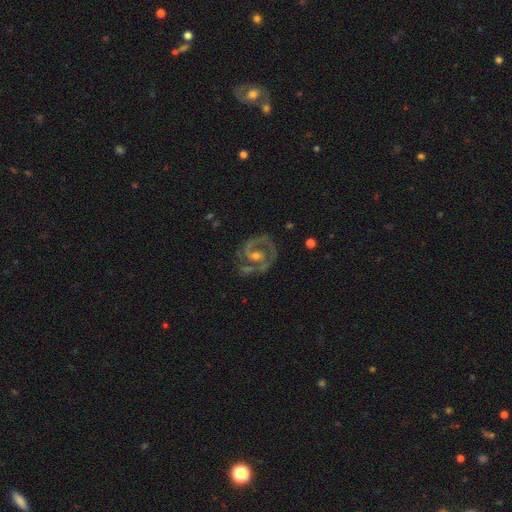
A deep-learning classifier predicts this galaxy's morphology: Overall: featured or disk (87%). Edge-on disk: no (98%). Bar: no (44%; weak 40%). Spiral arms: yes (90%). Spiral arm count: 2 (75%). Spiral winding: medium (45%; tight 44%). Bulge size: moderate (53%; small 39%). Merging: none (68%).